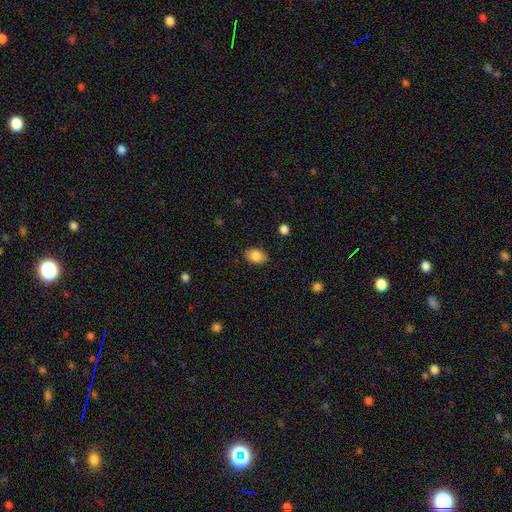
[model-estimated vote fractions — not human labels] Morphology: type=smooth (85%); roundness=in between (83%); merging=none (87%).